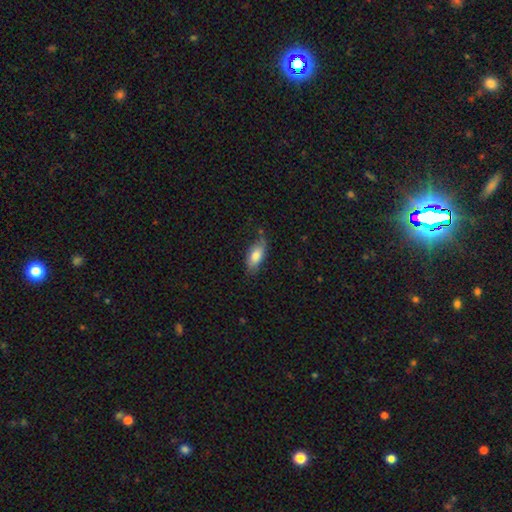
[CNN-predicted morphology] A smooth galaxy with no disk features (78%) that is in between round and cigar-shaped (86%).

Vote fractions:
- Smooth or featured? smooth: 78% / featured or disk: 16% / star or artifact: 7%
- How rounded? in between: 86% / cigar-shaped: 11% / round: 3%
- Merging? none: 66% / minor disturbance: 25% / major disturbance: 6% / merger: 3%